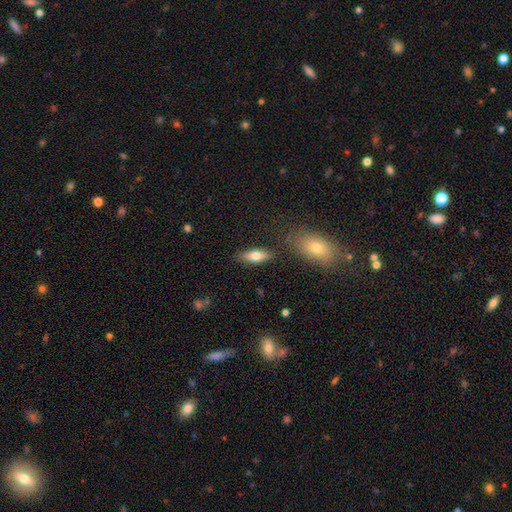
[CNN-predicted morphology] Q: Smooth or featured?
A: smooth (72%); runner-up: featured or disk (21%)
Q: How rounded?
A: in between (74%); runner-up: cigar-shaped (23%)
Q: Merging?
A: none (81%); runner-up: minor disturbance (11%)